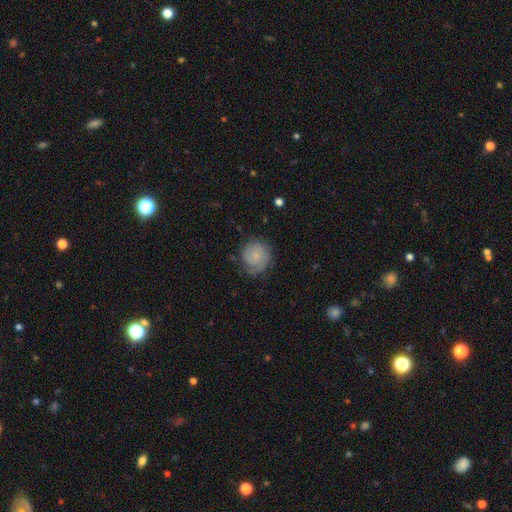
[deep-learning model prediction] smooth-or-featured: smooth: 59% | featured or disk: 33% | star or artifact: 8%
  how-rounded: round: 87% | in between: 13% | cigar-shaped: 1%
  merging: none: 62% | minor disturbance: 26% | major disturbance: 11% | merger: 1%